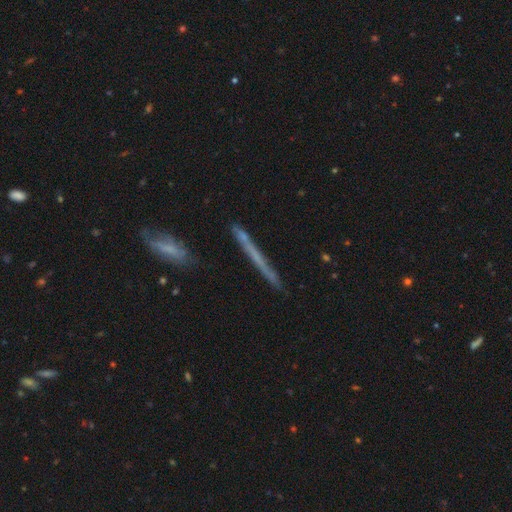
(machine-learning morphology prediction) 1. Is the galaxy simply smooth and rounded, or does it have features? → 49% featured or disk, 42% smooth, 9% star or artifact.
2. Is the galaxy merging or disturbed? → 84% none, 10% minor disturbance, 3% merger, 2% major disturbance.